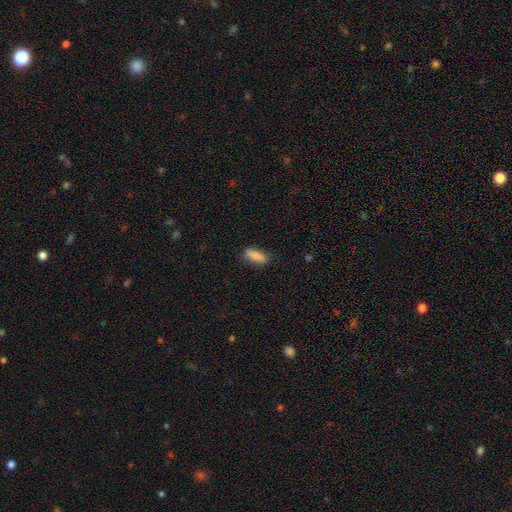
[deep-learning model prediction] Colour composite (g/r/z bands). It shows a smooth galaxy with no disk features (86%) that is in between round and cigar-shaped (57%). Merging: none (79%).